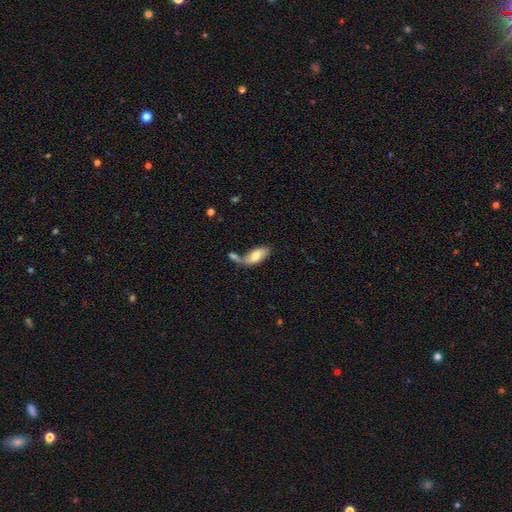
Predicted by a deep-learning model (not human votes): Smooth or featured? smooth (64%)
How rounded? in between (90%)
Merging? merger (42%)